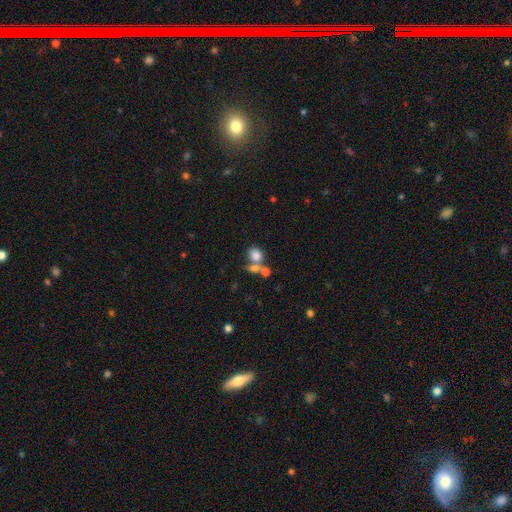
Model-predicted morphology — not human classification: Q: Smooth or featured?
A: smooth (78%); runner-up: star or artifact (11%)
Q: How rounded?
A: round (53%); runner-up: in between (46%)
Q: Merging?
A: merger (44%); runner-up: none (40%)